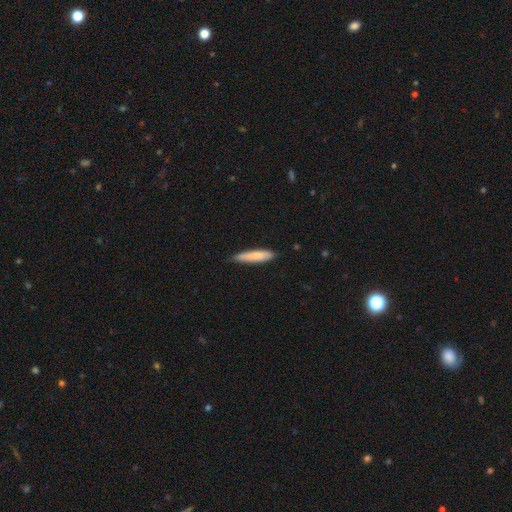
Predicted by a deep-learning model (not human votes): Overall: smooth (81%). How rounded: cigar-shaped (83%). Merging: none (77%).